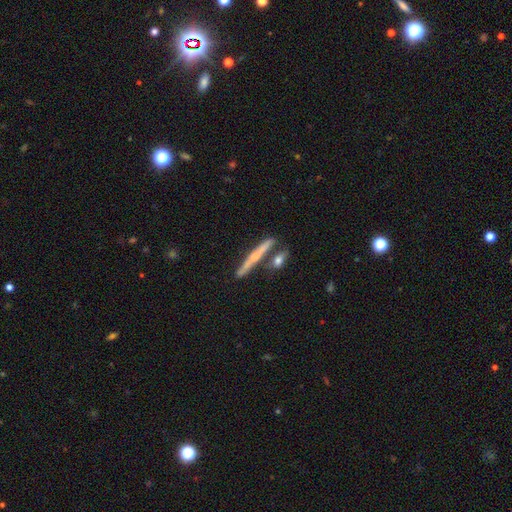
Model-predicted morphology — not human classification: type=featured or disk (54%); edge-on=yes (94%); edge-on bulge=rounded (50%); merging=none (72%).